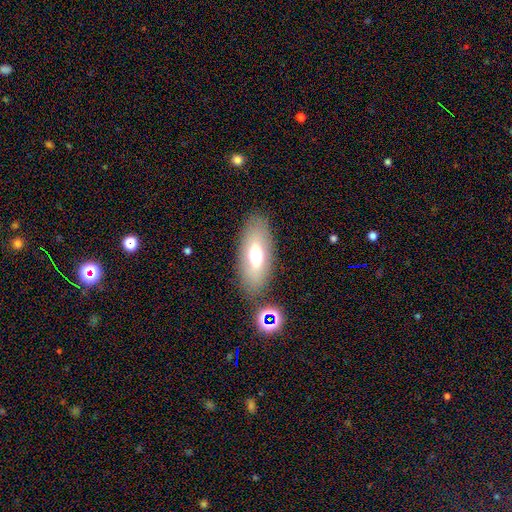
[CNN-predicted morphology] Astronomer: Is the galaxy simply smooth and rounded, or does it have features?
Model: smooth — 62%.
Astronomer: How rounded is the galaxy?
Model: in between — 83%.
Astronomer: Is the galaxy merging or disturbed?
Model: none — 80%.